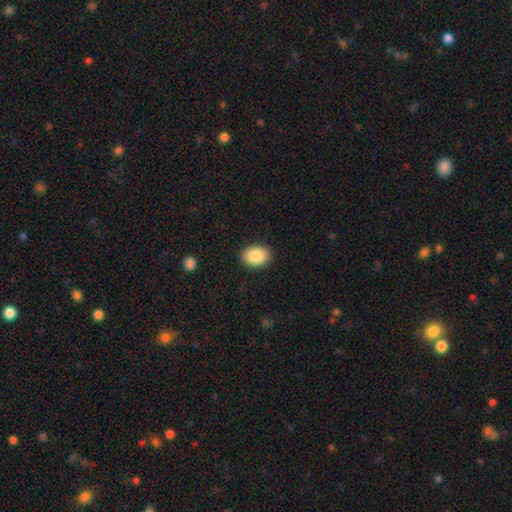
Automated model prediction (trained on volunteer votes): A smooth galaxy with no disk features (87%) that is in between round and cigar-shaped (72%).

Vote fractions:
- Smooth or featured? smooth: 87% / star or artifact: 7% / featured or disk: 6%
- How rounded? in between: 72% / round: 27% / cigar-shaped: 1%
- Merging? none: 89% / minor disturbance: 8% / major disturbance: 2% / merger: 1%